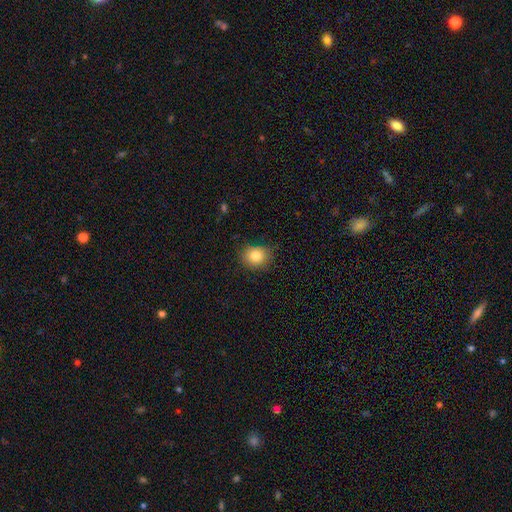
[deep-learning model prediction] A smooth galaxy with no disk features (82%) that is round (64%).

Vote fractions:
- Smooth or featured? smooth: 82% / star or artifact: 10% / featured or disk: 7%
- How rounded? round: 64% / in between: 35% / cigar-shaped: 1%
- Merging? none: 80% / minor disturbance: 15% / major disturbance: 3% / merger: 1%